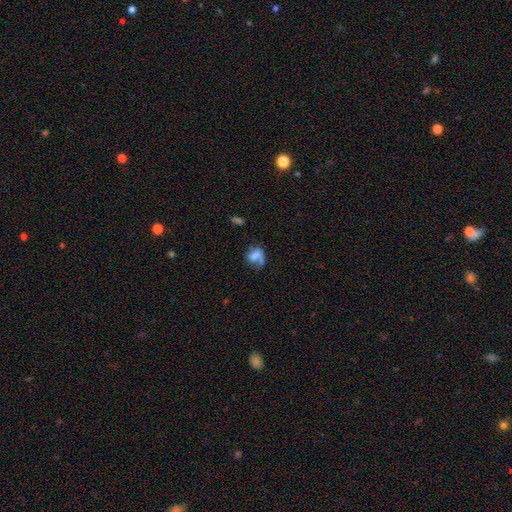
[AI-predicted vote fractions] Smooth or featured?
  - smooth: 52% *
  - featured or disk: 36%
  - star or artifact: 12%
How rounded?
  - in between: 67% *
  - round: 30%
  - cigar-shaped: 3%
Merging?
  - none: 32% * (tied)
  - major disturbance: 32% * (tied)
  - minor disturbance: 21%
  - merger: 14%